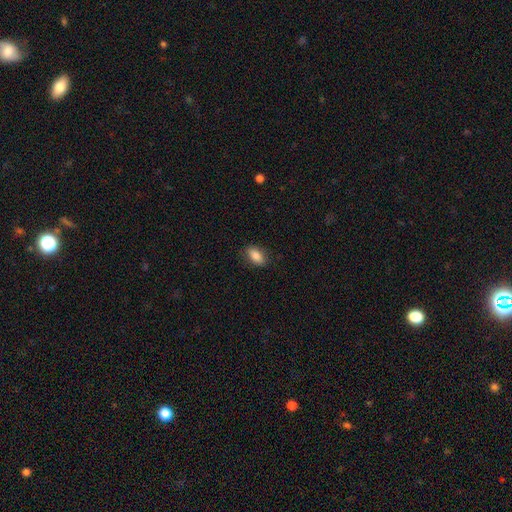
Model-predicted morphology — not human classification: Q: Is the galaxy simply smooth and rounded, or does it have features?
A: smooth — 85%.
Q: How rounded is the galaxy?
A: in between — 90%.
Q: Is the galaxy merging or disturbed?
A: none — 85%.